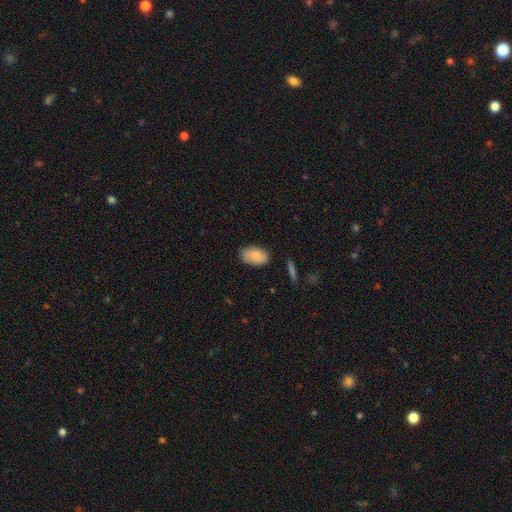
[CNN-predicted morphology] A smooth galaxy with no disk features (85%) that is in between round and cigar-shaped (92%).

Vote fractions:
- Smooth or featured? smooth: 85% / featured or disk: 8% / star or artifact: 7%
- How rounded? in between: 92% / round: 6% / cigar-shaped: 2%
- Merging? none: 72% / minor disturbance: 21% / major disturbance: 4% / merger: 2%